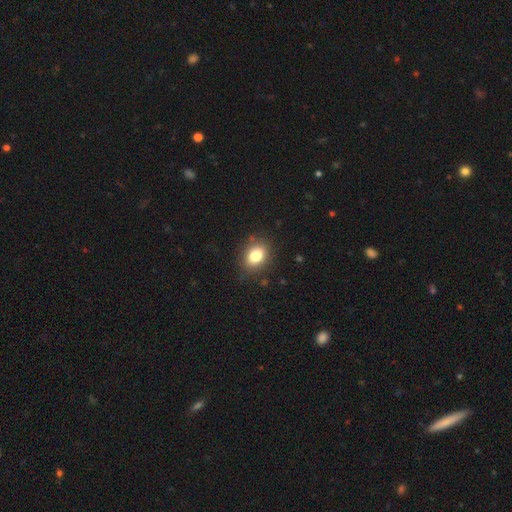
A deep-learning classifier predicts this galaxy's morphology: Smooth or featured?
  - smooth: 80% *
  - star or artifact: 10%
  - featured or disk: 9%
How rounded?
  - in between: 66% *
  - round: 32%
  - cigar-shaped: 1%
Merging?
  - none: 84% *
  - minor disturbance: 11%
  - major disturbance: 3%
  - merger: 2%